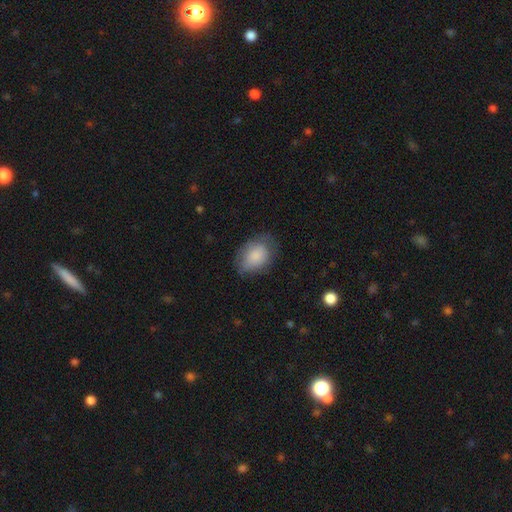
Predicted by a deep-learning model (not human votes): Smooth or featured: smooth — 83% (featured or disk — 10%)
How rounded: in between — 75% (round — 24%)
Merging: none — 64% (minor disturbance — 26%)